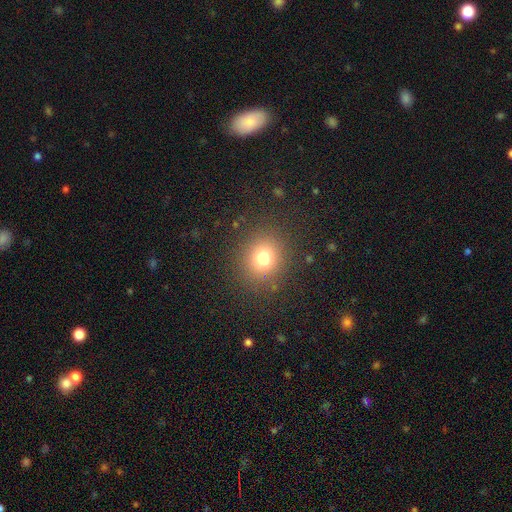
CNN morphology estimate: Smooth or featured?
  - smooth: 76% *
  - star or artifact: 16%
  - featured or disk: 8%
How rounded?
  - round: 78% *
  - in between: 21%
  - cigar-shaped: 1%
Merging?
  - none: 89% *
  - minor disturbance: 7%
  - major disturbance: 3%
  - merger: 1%